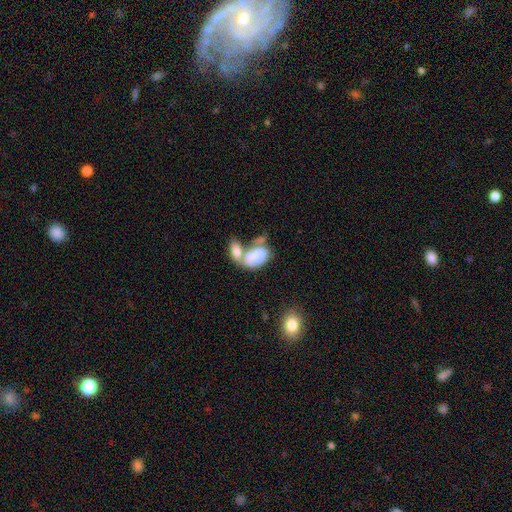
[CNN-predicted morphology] This appears to be a smooth galaxy with no disk features (67%) that is in between round and cigar-shaped (92%). Merging: merger (67%).